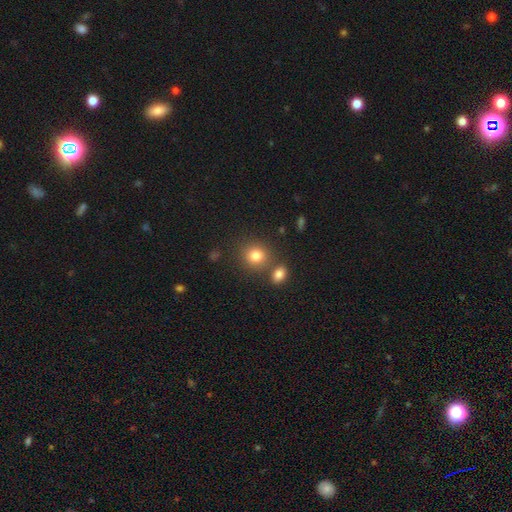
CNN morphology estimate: Overall: smooth (81%). How rounded: round (84%). Merging: none (73%).